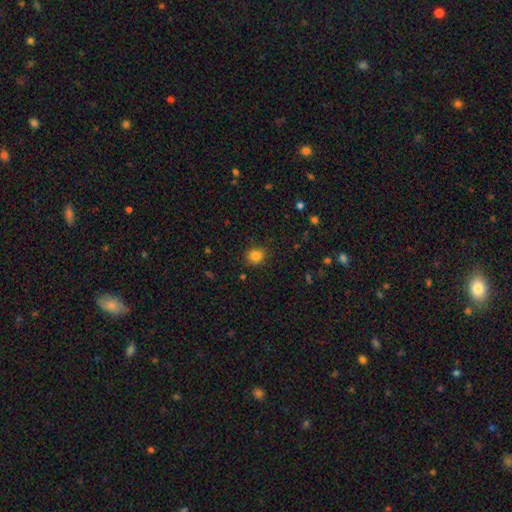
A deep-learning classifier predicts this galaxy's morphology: A smooth galaxy with no disk features (83%) that is round (85%). Merging: none (88%).